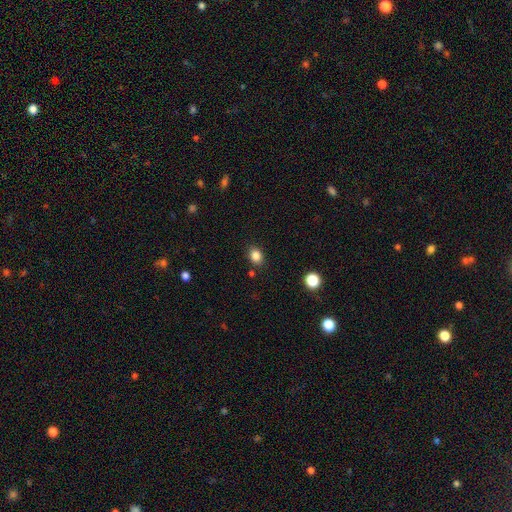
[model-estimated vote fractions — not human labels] The model was most divided on "how rounded": in between: 55%, round: 44%, cigar-shaped: 1%. More confident: merging — none (86%); smooth or featured — smooth (85%).